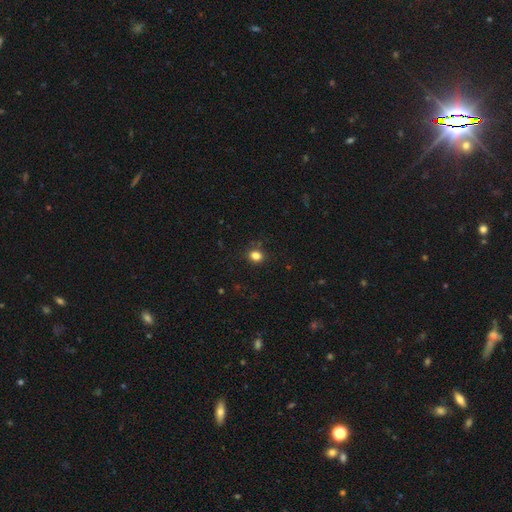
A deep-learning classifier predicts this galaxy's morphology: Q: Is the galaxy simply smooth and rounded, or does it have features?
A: smooth — 82%.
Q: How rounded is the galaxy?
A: round — 66%.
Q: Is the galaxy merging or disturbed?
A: none — 85%.